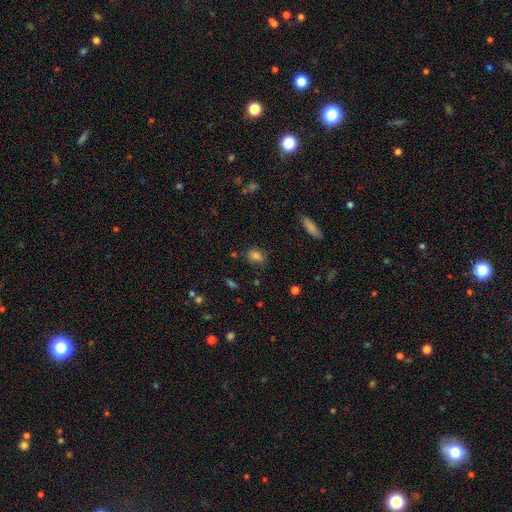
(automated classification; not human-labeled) Smooth or featured?
  - smooth: 80% *
  - star or artifact: 13%
  - featured or disk: 8%
How rounded?
  - in between: 72% *
  - round: 25%
  - cigar-shaped: 3%
Merging?
  - none: 77% *
  - minor disturbance: 16%
  - major disturbance: 4%
  - merger: 3%